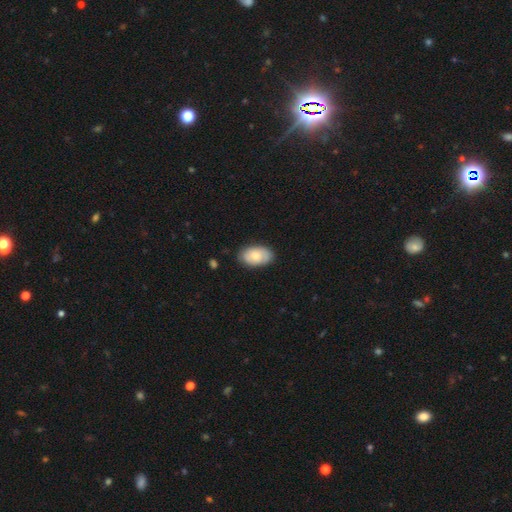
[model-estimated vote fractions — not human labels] smooth_or_featured: smooth (p=0.71) [alt: featured or disk p=0.23]
how_rounded: in between (p=0.92) [alt: round p=0.06]
merging: none (p=0.81) [alt: minor disturbance p=0.15]